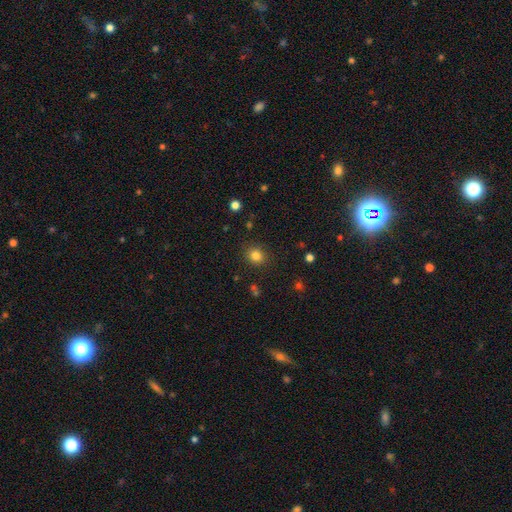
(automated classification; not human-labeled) Morphology: type=smooth (82%); roundness=round (76%); merging=none (87%).